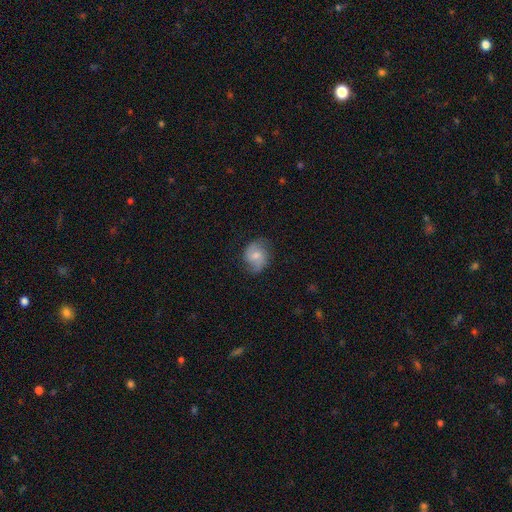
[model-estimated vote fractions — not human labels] The model was most divided on "smooth or featured": smooth: 47%, featured or disk: 45%, star or artifact: 8%. More confident: merging — none (73%).